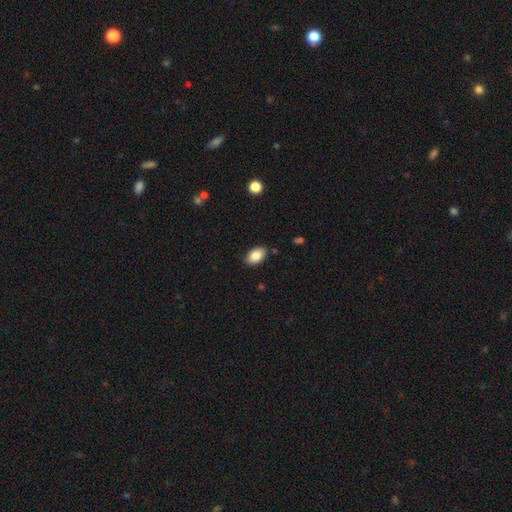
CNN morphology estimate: Smooth or featured: smooth — 86% (star or artifact — 7%)
How rounded: in between — 90% (round — 8%)
Merging: none — 86% (minor disturbance — 10%)